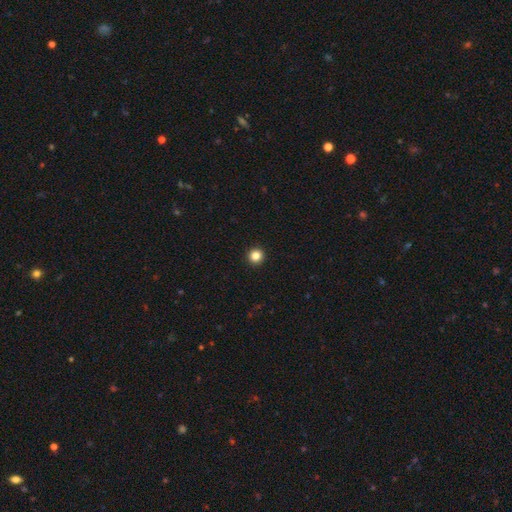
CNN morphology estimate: smooth_or_featured: smooth (p=0.84) [alt: star or artifact p=0.12]
how_rounded: round (p=0.96) [alt: in between p=0.03]
merging: none (p=0.94) [alt: minor disturbance p=0.03]